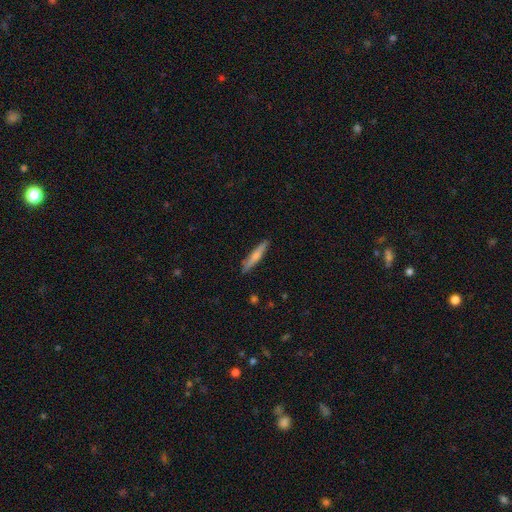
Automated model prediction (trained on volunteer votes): The model was most divided on "smooth or featured": smooth: 63%, featured or disk: 32%, star or artifact: 6%. More confident: how rounded — cigar-shaped (91%); merging — none (87%).